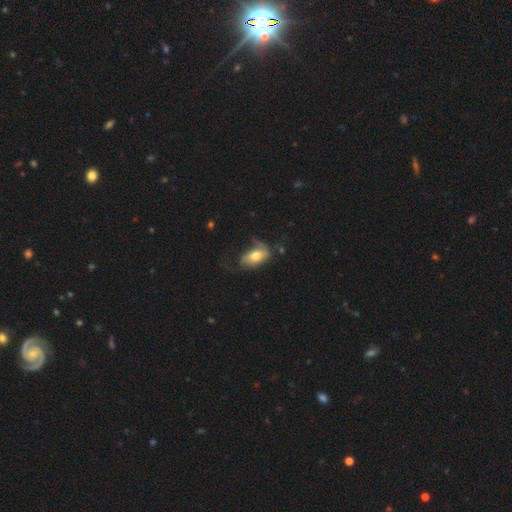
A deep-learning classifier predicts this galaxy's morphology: type=smooth (59%); roundness=in between (89%); merging=none (38%).